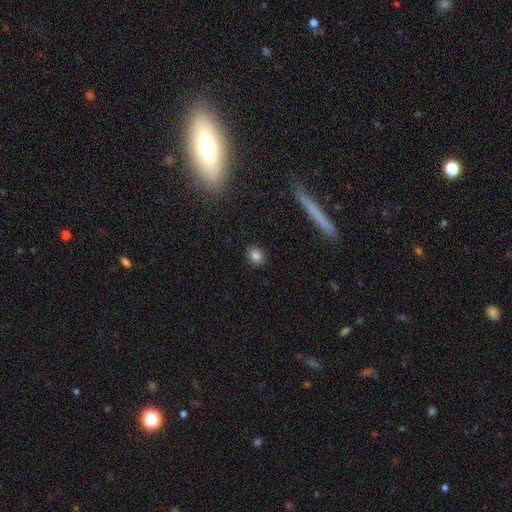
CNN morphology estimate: smooth-or-featured: smooth: 84% | star or artifact: 11% | featured or disk: 5%
  how-rounded: round: 58% | in between: 40% | cigar-shaped: 2%
  merging: none: 89% | minor disturbance: 8% | major disturbance: 2% | merger: 1%